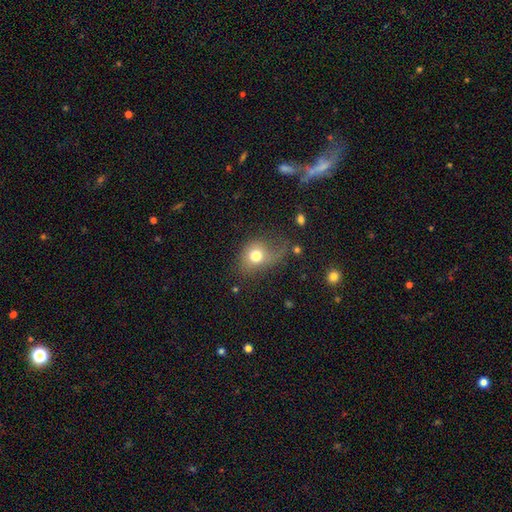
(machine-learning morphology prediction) Q: Smooth or featured?
A: smooth (70%); runner-up: featured or disk (19%)
Q: How rounded?
A: round (54%); runner-up: in between (44%)
Q: Merging?
A: major disturbance (34%); tied with: none (34%)